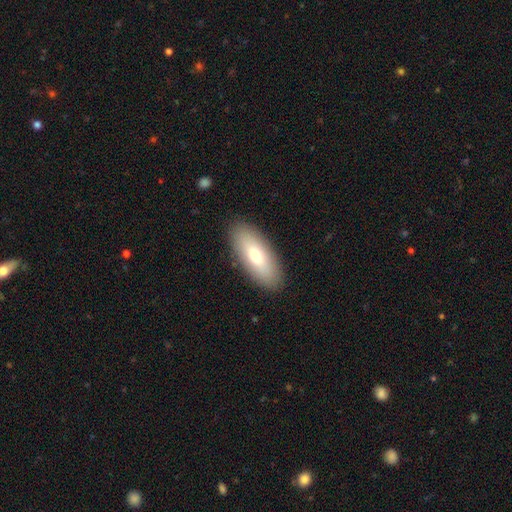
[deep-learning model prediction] The model was most divided on "smooth or featured": smooth: 71%, featured or disk: 22%, star or artifact: 7%. More confident: merging — none (89%); how rounded — in between (83%).